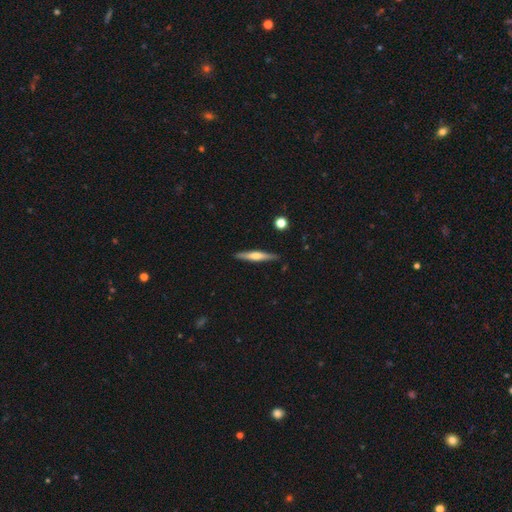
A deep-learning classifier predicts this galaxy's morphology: type=featured or disk (54%); edge-on=yes (96%); edge-on bulge=rounded (75%); merging=none (88%).